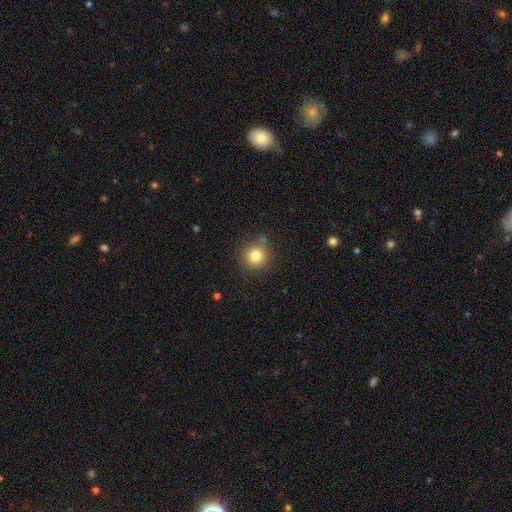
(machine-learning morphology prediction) A smooth galaxy with no disk features (81%) that is round (93%). Merging: none (79%).